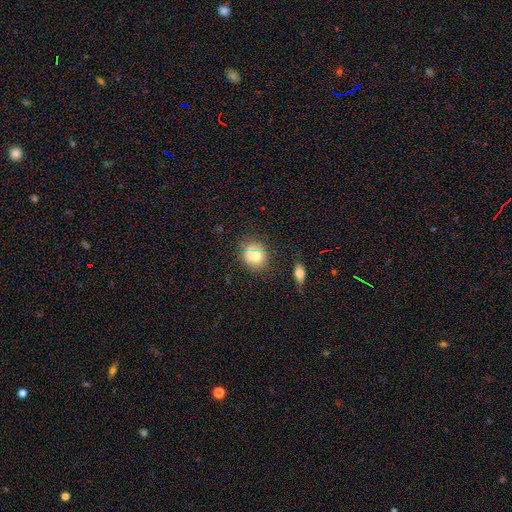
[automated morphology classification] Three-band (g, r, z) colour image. It shows a smooth galaxy with no disk features (69%) that is round (86%). Merging: none (76%).